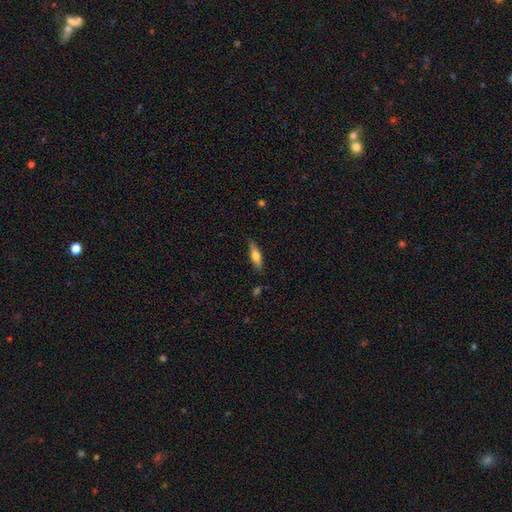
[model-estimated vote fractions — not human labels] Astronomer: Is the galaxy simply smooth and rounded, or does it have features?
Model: smooth — 62%.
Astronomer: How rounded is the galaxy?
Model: cigar-shaped — 61% (runner-up: in between, 37%).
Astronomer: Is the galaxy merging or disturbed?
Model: none — 84%.